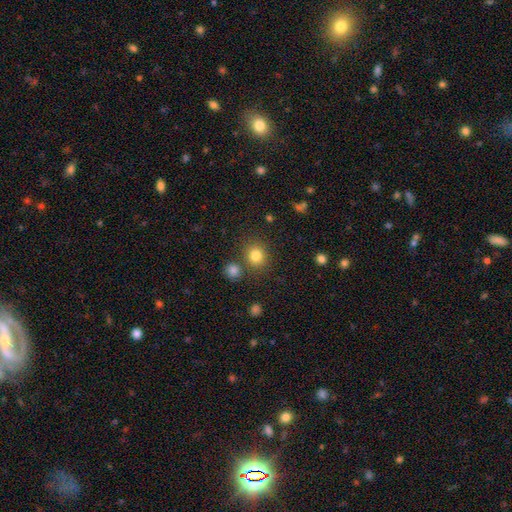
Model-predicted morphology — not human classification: Q: Smooth or featured?
A: smooth (82%); runner-up: star or artifact (12%)
Q: How rounded?
A: round (81%); runner-up: in between (18%)
Q: Merging?
A: none (78%); runner-up: merger (10%)